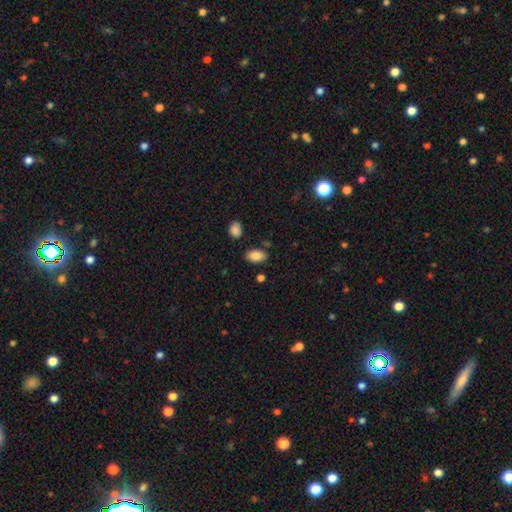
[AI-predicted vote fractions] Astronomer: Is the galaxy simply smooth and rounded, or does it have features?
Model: smooth — 86%.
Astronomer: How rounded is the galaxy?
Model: in between — 92%.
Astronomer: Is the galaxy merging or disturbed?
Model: none — 81%.